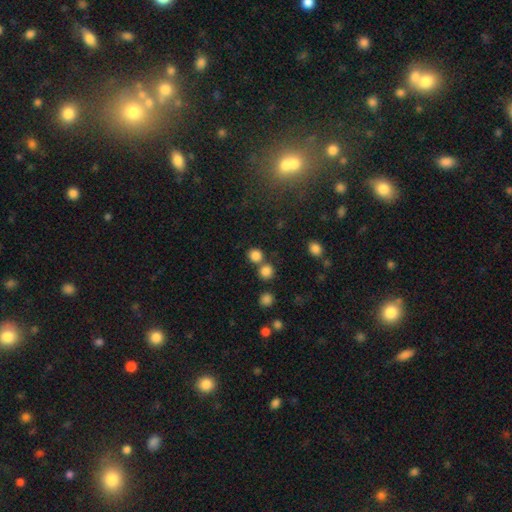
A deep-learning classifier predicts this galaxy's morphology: smooth 81%, star or artifact 13%, featured or disk 5%. Down the decision tree: how rounded — round (88%); merging — none (62%).